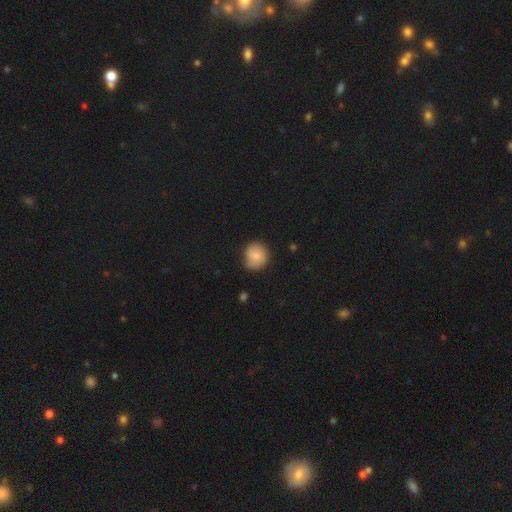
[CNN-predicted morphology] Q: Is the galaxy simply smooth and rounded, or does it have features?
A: smooth — 71%.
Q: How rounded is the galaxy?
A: round — 86%.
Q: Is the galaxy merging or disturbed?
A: none — 68%.